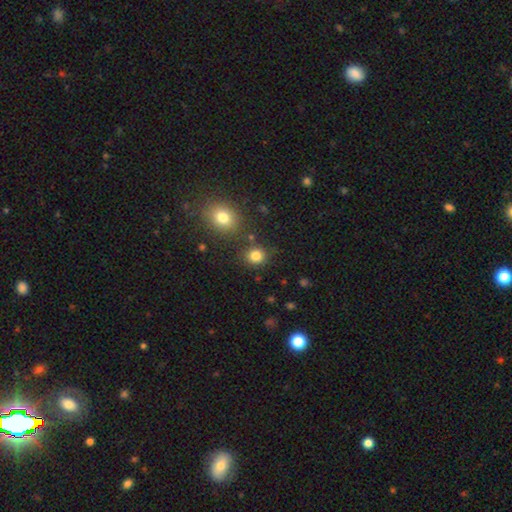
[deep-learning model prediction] Smooth or featured: smooth — 83% (star or artifact — 13%)
How rounded: round — 84% (in between — 15%)
Merging: none — 82% (minor disturbance — 8%)